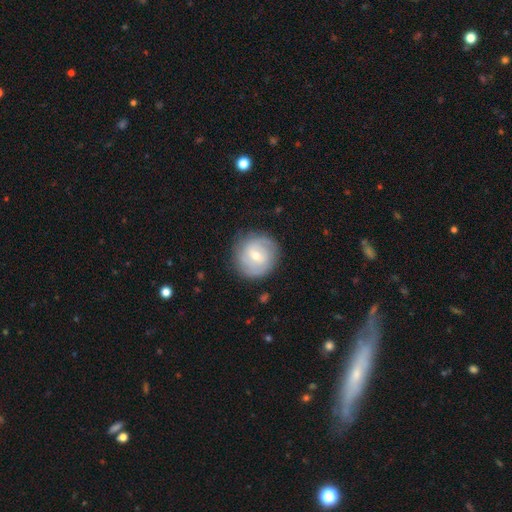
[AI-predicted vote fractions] The model was most divided on "spiral arm count": 2: 37%, can't tell: 35%, 3: 15%, 4: 5%, 1: 4%, more than 4: 4%. More confident: edge-on disk — no (97%); merging — none (84%); spiral arms — yes (83%); smooth or featured — featured or disk (64%); spiral winding — tight (60%); bar — weak (52%); bulge size — moderate (51%).